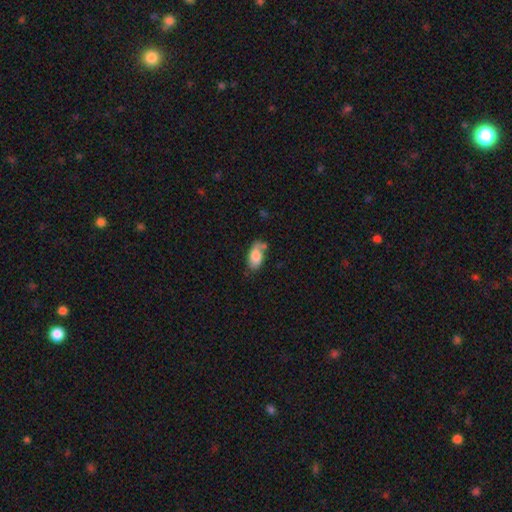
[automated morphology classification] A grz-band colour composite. It shows a smooth galaxy with no disk features (77%) that is in between round and cigar-shaped (92%). Merging: none (49%).